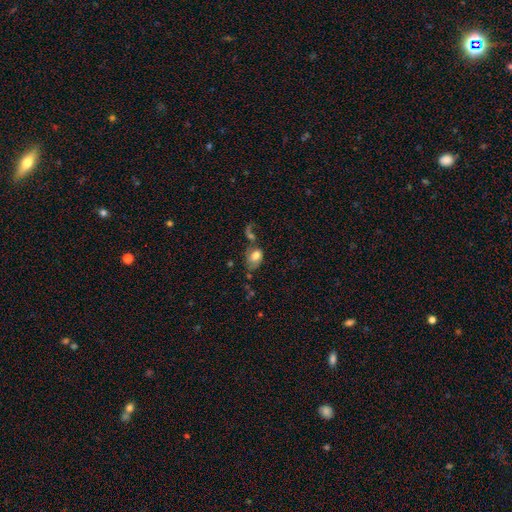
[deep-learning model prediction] Smooth or featured: smooth — 69% (featured or disk — 22%)
How rounded: in between — 71% (round — 28%)
Merging: merger — 30% (none — 27%)